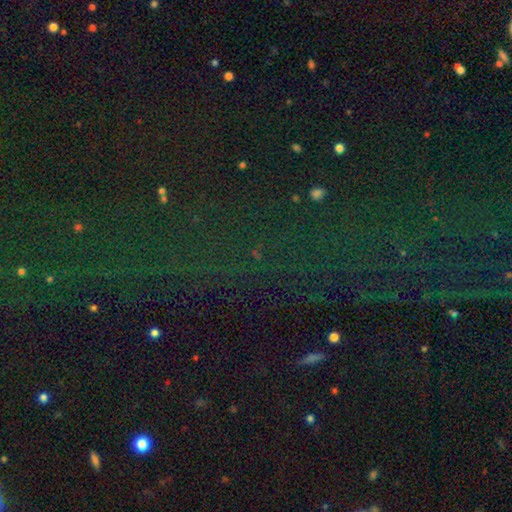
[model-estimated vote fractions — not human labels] Smooth or featured: star or artifact — 79% (smooth — 11%)